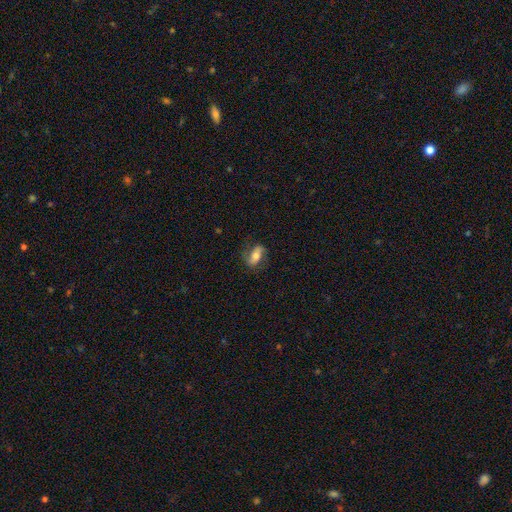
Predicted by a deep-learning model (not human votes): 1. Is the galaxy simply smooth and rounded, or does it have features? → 46% featured or disk (tied), 46% smooth (tied), 8% star or artifact.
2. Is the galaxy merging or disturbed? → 71% none, 19% minor disturbance, 9% major disturbance, 1% merger.